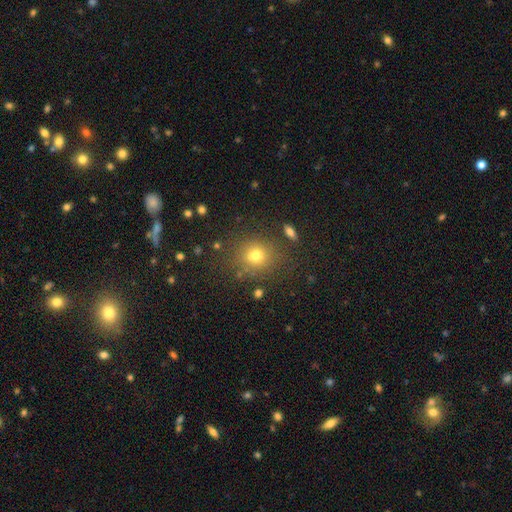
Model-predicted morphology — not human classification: smooth 73%, star or artifact 18%, featured or disk 10%. Down the decision tree: how rounded — round (81%); merging — none (79%).